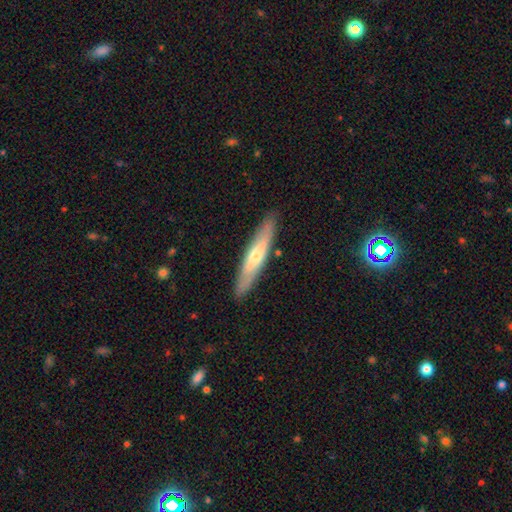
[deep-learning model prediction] Smooth or featured? Predicted: featured or disk (p=0.48). Merging? Predicted: none (p=0.89).